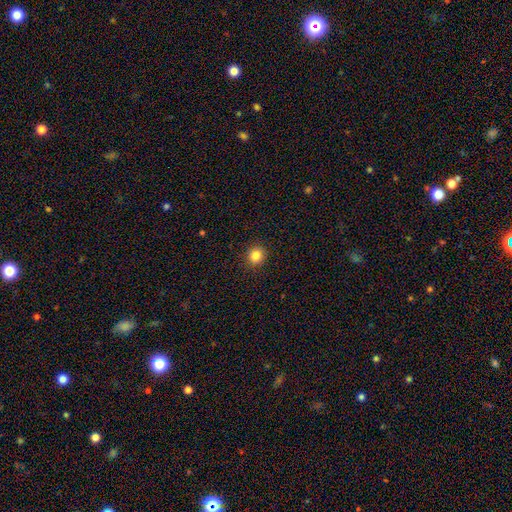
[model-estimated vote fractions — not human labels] A smooth galaxy with no disk features (84%) that is round (90%). Merging: none (92%).